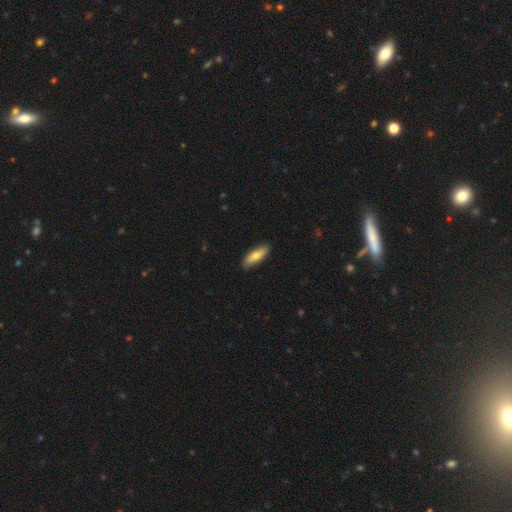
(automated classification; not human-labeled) smooth 70%, featured or disk 24%, star or artifact 6%. Down the decision tree: how rounded — cigar-shaped (50%); merging — none (86%).